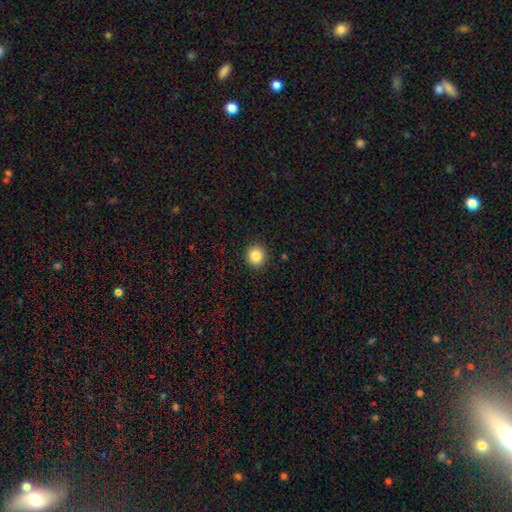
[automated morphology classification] type=smooth (85%); roundness=round (94%); merging=none (92%).